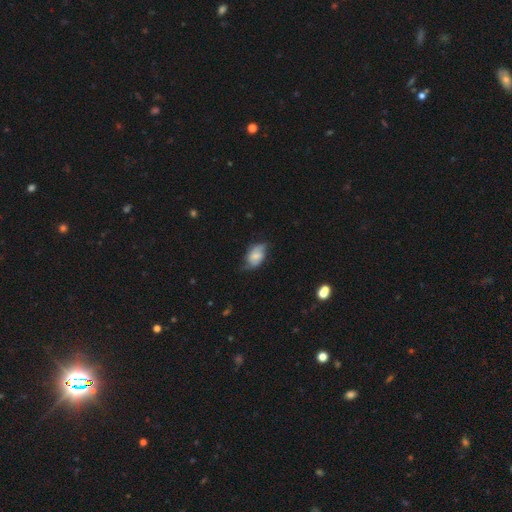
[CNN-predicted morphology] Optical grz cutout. It shows a smooth galaxy with no disk features (53%) that is in between round and cigar-shaped (86%). Merging: none (51%).